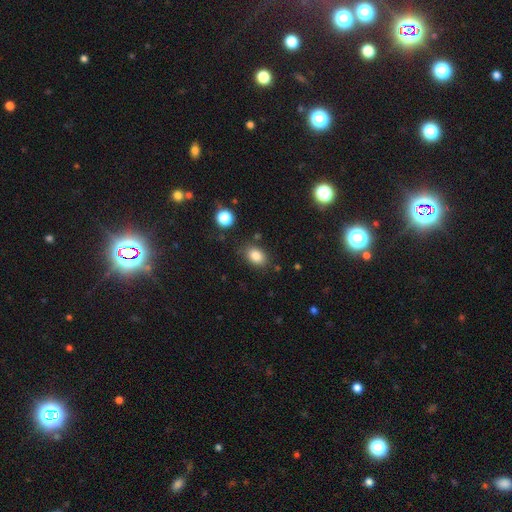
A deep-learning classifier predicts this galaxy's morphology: This appears to be a smooth galaxy with no disk features (84%) that is in between round and cigar-shaped (76%). Merging: none (79%).